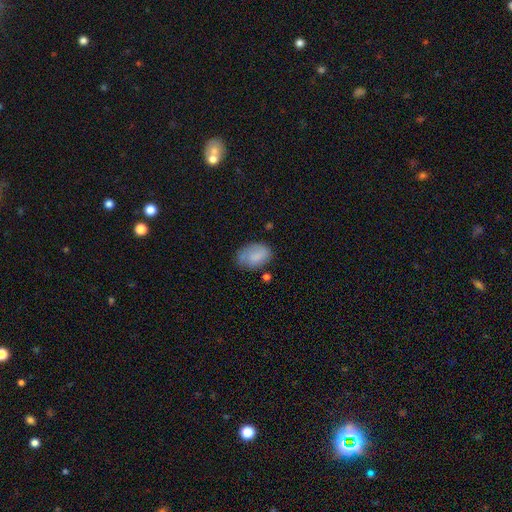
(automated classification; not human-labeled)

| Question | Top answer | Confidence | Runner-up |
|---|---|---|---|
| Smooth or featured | smooth | 79% | featured or disk (13%) |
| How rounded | in between | 84% | round (15%) |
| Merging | none | 58% | minor disturbance (28%) |